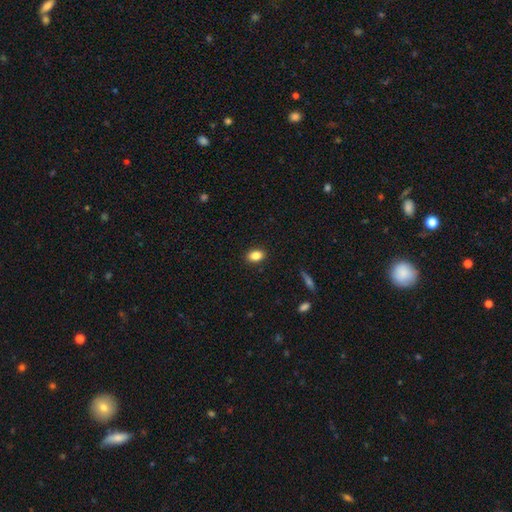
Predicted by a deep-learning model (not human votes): This appears to be a smooth galaxy with no disk features (85%) that is in between round and cigar-shaped (83%). Merging: none (89%).